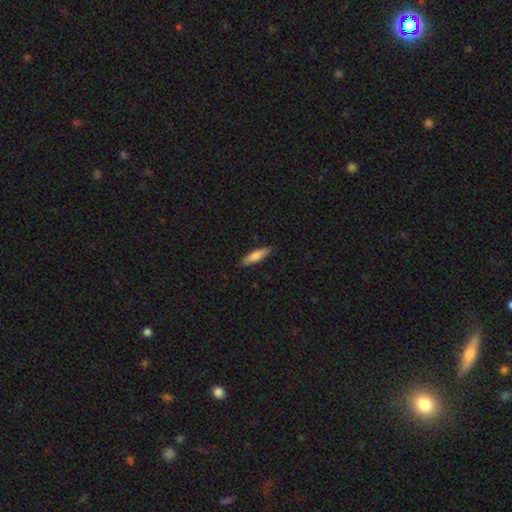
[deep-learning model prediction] A smooth galaxy with no disk features (73%) that is cigar-shaped (69%).

Vote fractions:
- Smooth or featured? smooth: 73% / featured or disk: 21% / star or artifact: 6%
- How rounded? cigar-shaped: 69% / in between: 29% / round: 2%
- Merging? none: 88% / minor disturbance: 9% / major disturbance: 2% / merger: 1%